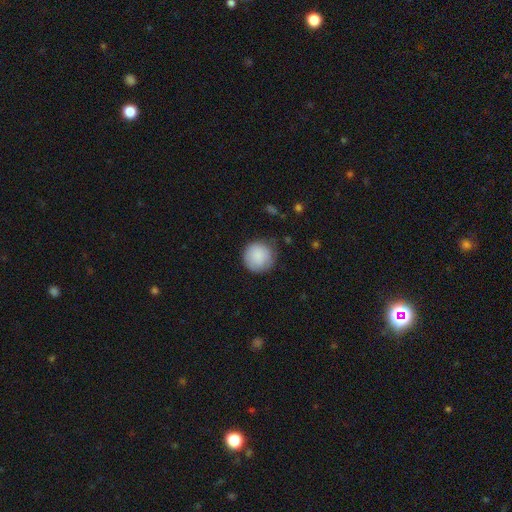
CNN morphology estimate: The model was most divided on "merging": none: 81%, minor disturbance: 14%, major disturbance: 3%, merger: 1%. More confident: how rounded — round (95%); smooth or featured — smooth (88%).